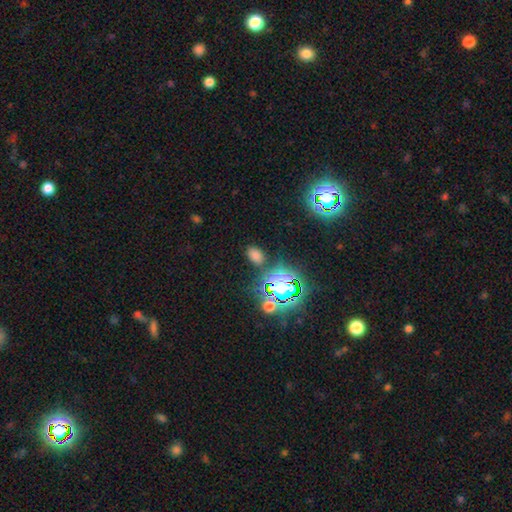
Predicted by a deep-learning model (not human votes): smooth_or_featured: smooth (p=0.62) [alt: star or artifact p=0.31]
how_rounded: in between (p=0.81) [alt: round p=0.18]
merging: none (p=0.80) [alt: minor disturbance p=0.11]